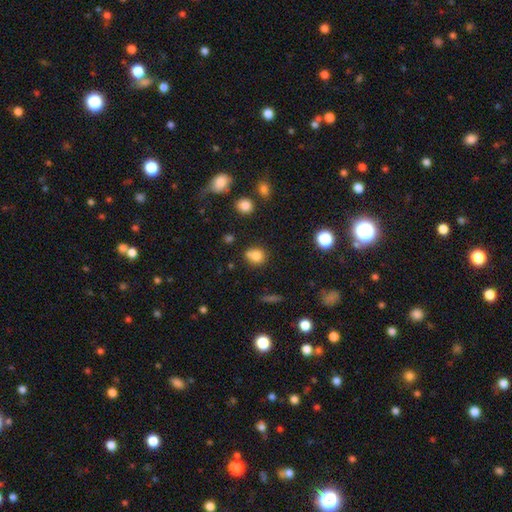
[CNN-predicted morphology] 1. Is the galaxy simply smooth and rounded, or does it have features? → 78% smooth, 13% star or artifact, 9% featured or disk.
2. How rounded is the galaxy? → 77% round, 22% in between, 1% cigar-shaped.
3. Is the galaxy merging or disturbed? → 57% none, 24% merger, 15% minor disturbance, 4% major disturbance.